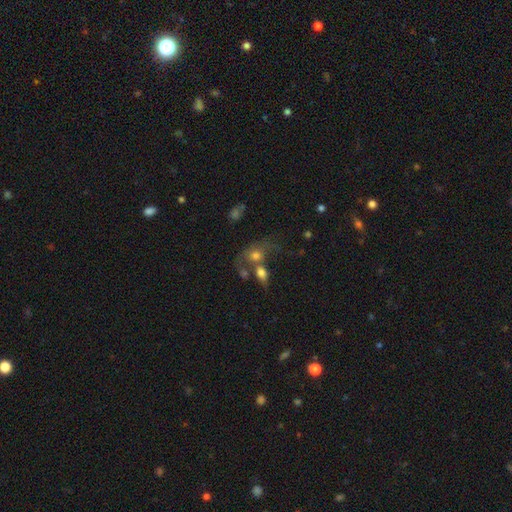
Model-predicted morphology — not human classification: A smooth galaxy with no disk features (60%) that is in between round and cigar-shaped (55%).

Vote fractions:
- Smooth or featured? smooth: 60% / featured or disk: 26% / star or artifact: 14%
- How rounded? in between: 55% / round: 41% / cigar-shaped: 3%
- Merging? merger: 53% / none: 24% / major disturbance: 12% / minor disturbance: 11%